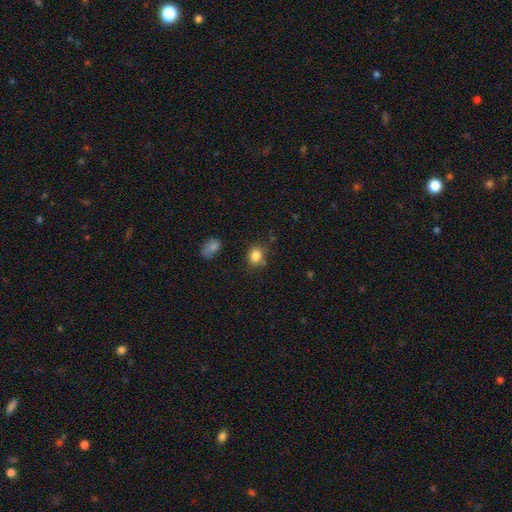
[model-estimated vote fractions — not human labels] Overall: smooth (84%). How rounded: round (56%; in between 43%). Merging: none (74%).